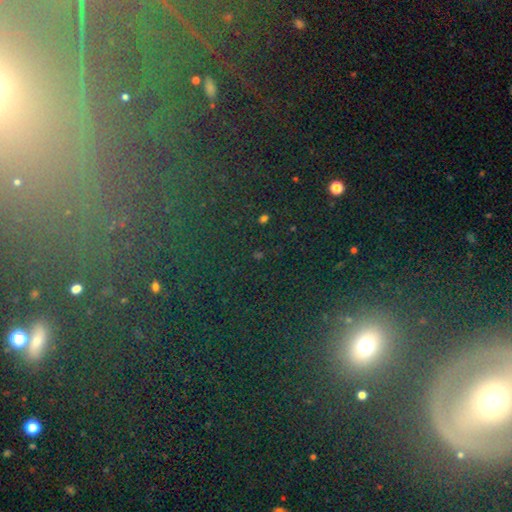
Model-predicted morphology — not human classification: smooth-or-featured: smooth: 42% | star or artifact: 41% | featured or disk: 17%
  merging: none: 81% | minor disturbance: 9% | major disturbance: 5% | merger: 5%